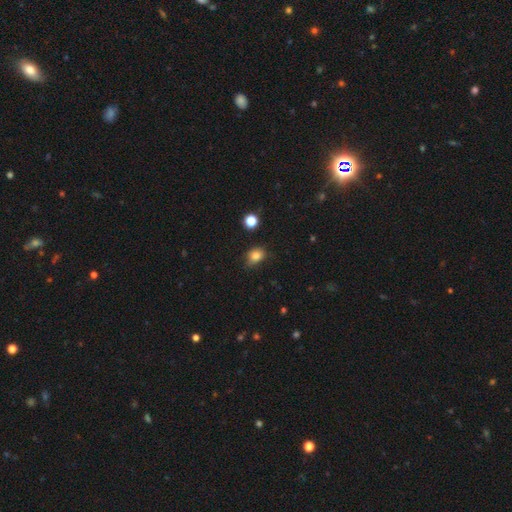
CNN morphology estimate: This is clearly a smooth galaxy (81%). How rounded: possibly in between (52%). Merging: likely none (68%).